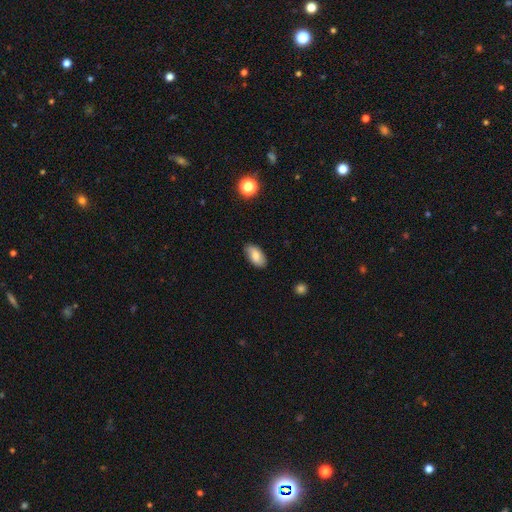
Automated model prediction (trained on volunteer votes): Smooth or featured? Predicted: smooth (p=0.77). How rounded? Predicted: in between (p=0.94). Merging? Predicted: none (p=0.83).